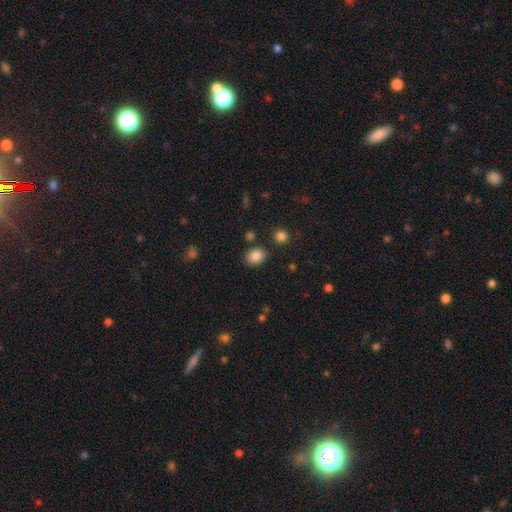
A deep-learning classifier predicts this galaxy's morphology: The model was most divided on "how rounded": round: 57%, in between: 42%, cigar-shaped: 1%. More confident: smooth or featured — smooth (86%); merging — none (84%).